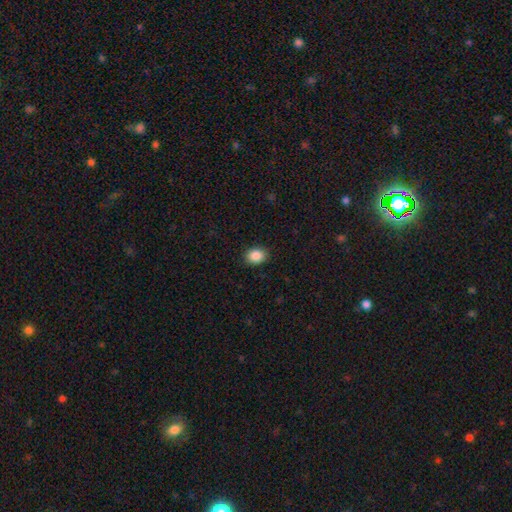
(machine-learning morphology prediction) This appears to be a smooth galaxy with no disk features (88%) that is in between round and cigar-shaped (58%). Merging: none (90%).